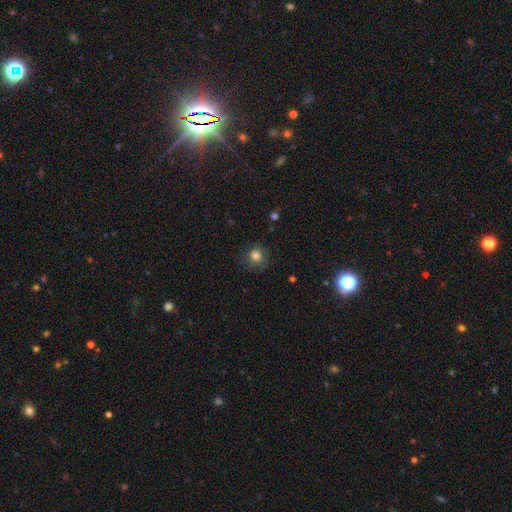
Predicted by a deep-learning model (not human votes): Smooth or featured?
  - smooth: 80% *
  - star or artifact: 12%
  - featured or disk: 8%
How rounded?
  - round: 88% *
  - in between: 11%
  - cigar-shaped: 1%
Merging?
  - none: 76% *
  - minor disturbance: 16%
  - major disturbance: 7%
  - merger: 1%